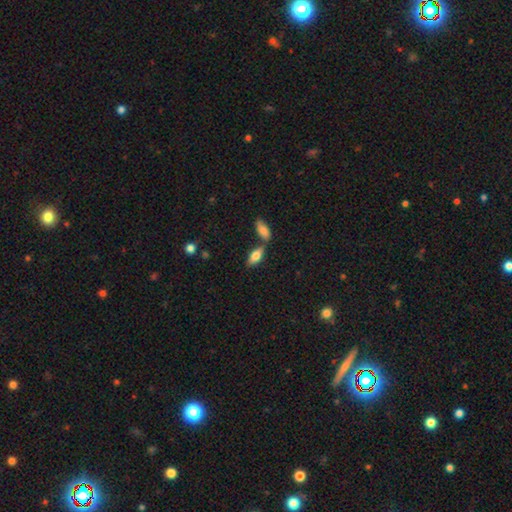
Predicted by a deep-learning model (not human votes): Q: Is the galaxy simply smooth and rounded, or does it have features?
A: smooth — 71%.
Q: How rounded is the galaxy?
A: in between — 80%.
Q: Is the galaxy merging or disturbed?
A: none — 59%.